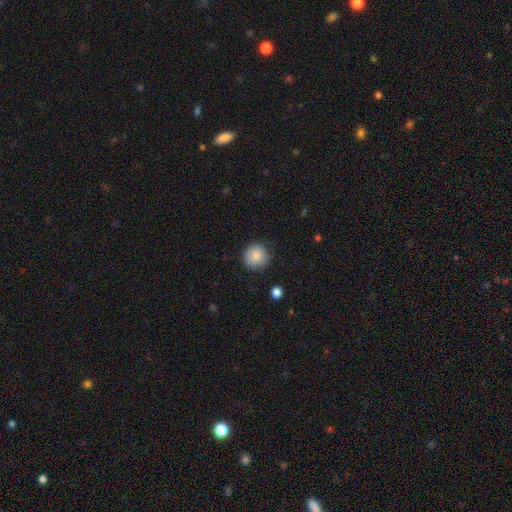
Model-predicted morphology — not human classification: Smooth or featured? Predicted: smooth (p=0.84). How rounded? Predicted: round (p=0.92). Merging? Predicted: none (p=0.79).